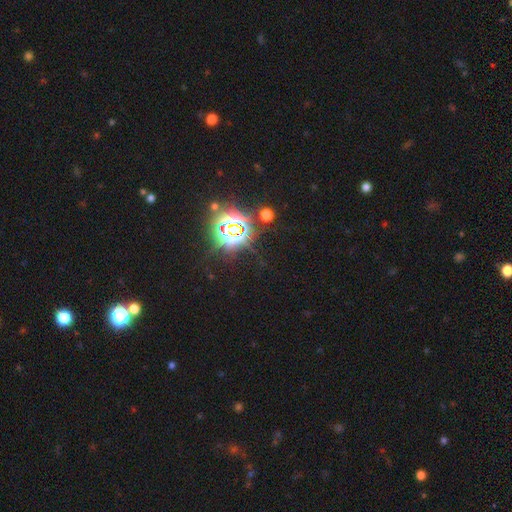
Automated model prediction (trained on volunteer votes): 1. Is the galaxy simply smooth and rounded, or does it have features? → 82% star or artifact, 12% smooth, 6% featured or disk.